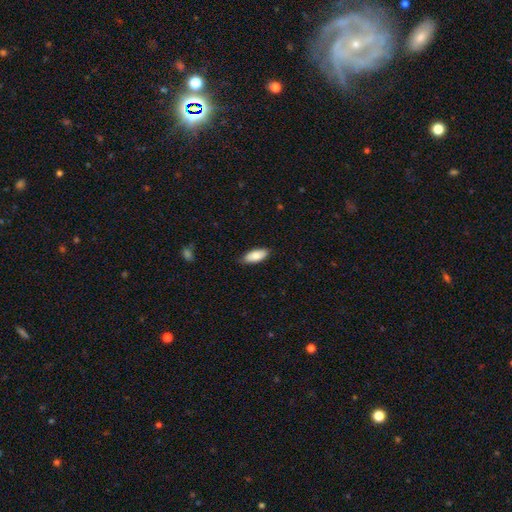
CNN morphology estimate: type=smooth (84%); roundness=in between (84%); merging=none (83%).